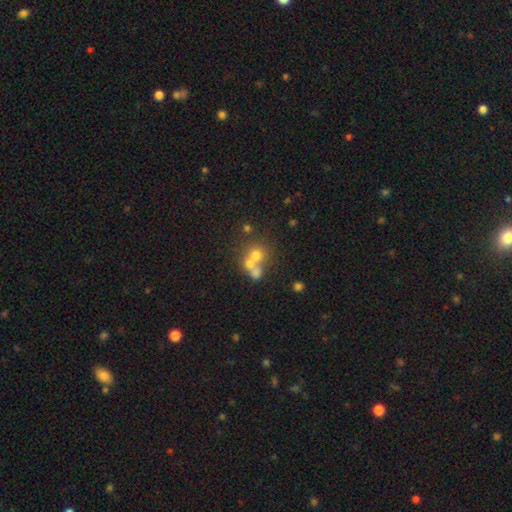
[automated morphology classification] A smooth galaxy with no disk features (52%) that is round (83%).

Vote fractions:
- Smooth or featured? smooth: 52% / featured or disk: 26% / star or artifact: 22%
- How rounded? round: 83% / in between: 16% / cigar-shaped: 1%
- Merging? merger: 52% / none: 38% / minor disturbance: 6% / major disturbance: 4%